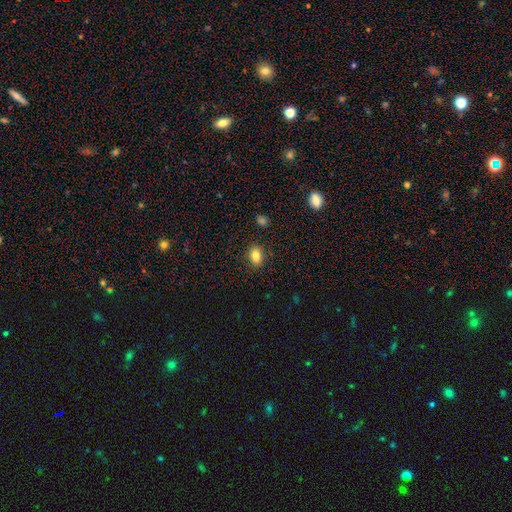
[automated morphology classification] The model was most divided on "how rounded": in between: 74%, round: 25%, cigar-shaped: 2%. More confident: merging — none (87%); smooth or featured — smooth (82%).